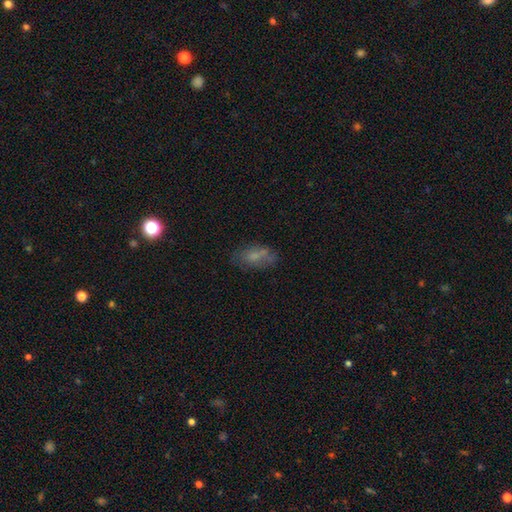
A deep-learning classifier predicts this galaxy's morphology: A smooth galaxy with no disk features (62%) that is in between round and cigar-shaped (86%). Merging: none (57%).